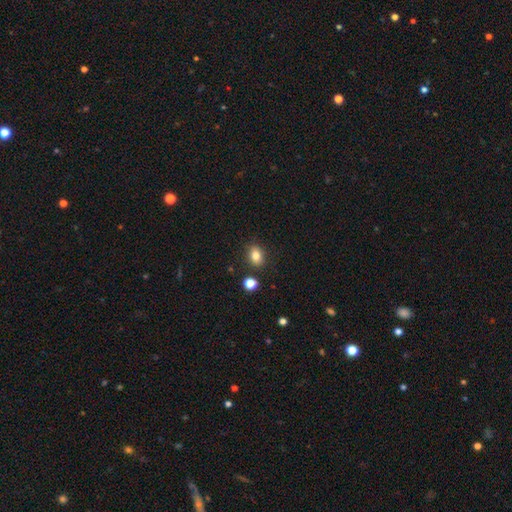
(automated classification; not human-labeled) This is clearly a smooth galaxy (82%). How rounded: likely in between (67%). Merging: clearly none (84%).